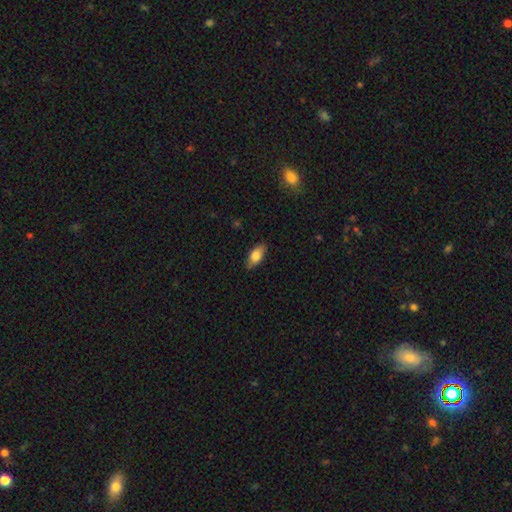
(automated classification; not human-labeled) Smooth or featured? Predicted: smooth (p=0.79). How rounded? Predicted: in between (p=0.87). Merging? Predicted: none (p=0.85).